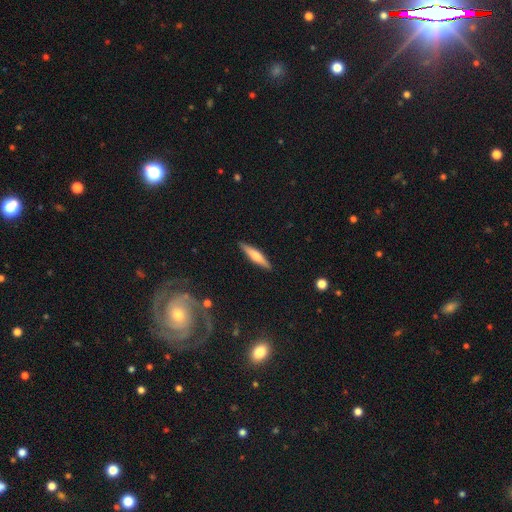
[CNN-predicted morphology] This appears to be a smooth galaxy with no disk features (50%). Merging: none (90%).